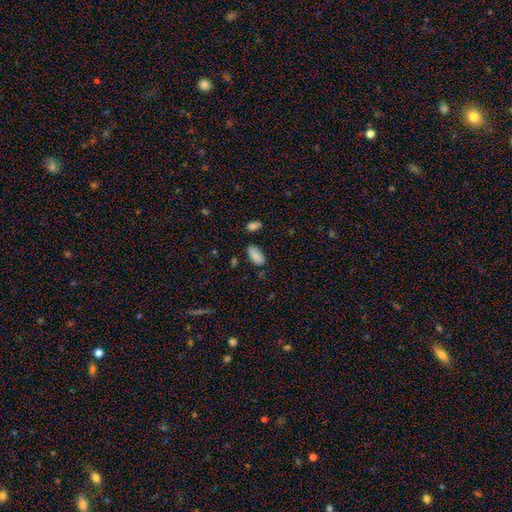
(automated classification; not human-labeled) smooth_or_featured: smooth (p=0.87) [alt: star or artifact p=0.08]
how_rounded: in between (p=0.93) [alt: cigar-shaped p=0.05]
merging: none (p=0.76) [alt: minor disturbance p=0.16]